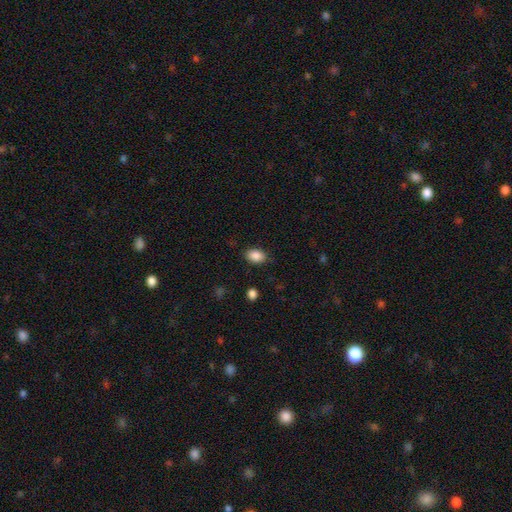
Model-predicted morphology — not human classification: type=smooth (88%); roundness=in between (82%); merging=none (85%).